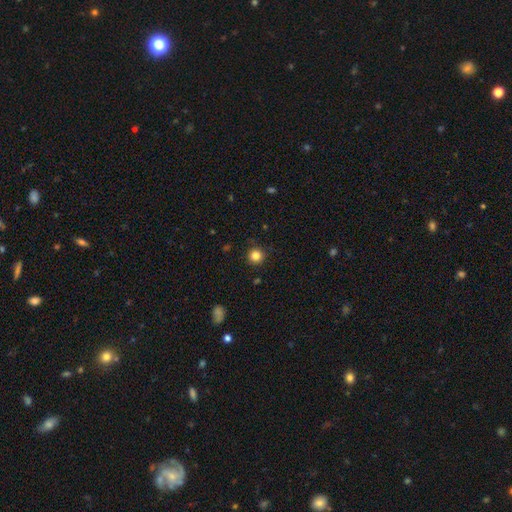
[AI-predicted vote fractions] Overall: smooth (83%). How rounded: round (95%). Merging: none (90%).